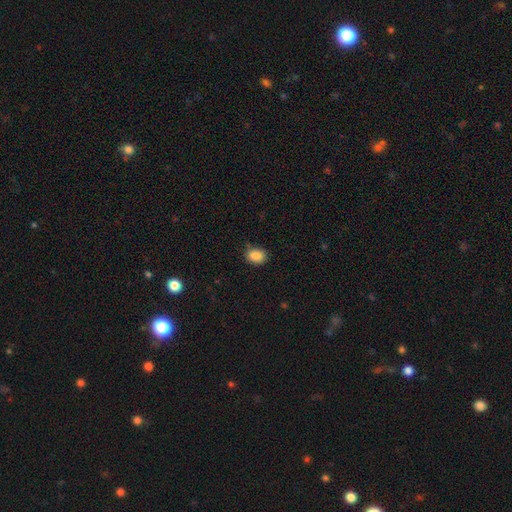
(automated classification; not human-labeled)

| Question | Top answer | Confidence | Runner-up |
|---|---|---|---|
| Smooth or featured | smooth | 87% | star or artifact (9%) |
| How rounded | in between | 61% | round (38%) |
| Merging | none | 82% | minor disturbance (14%) |